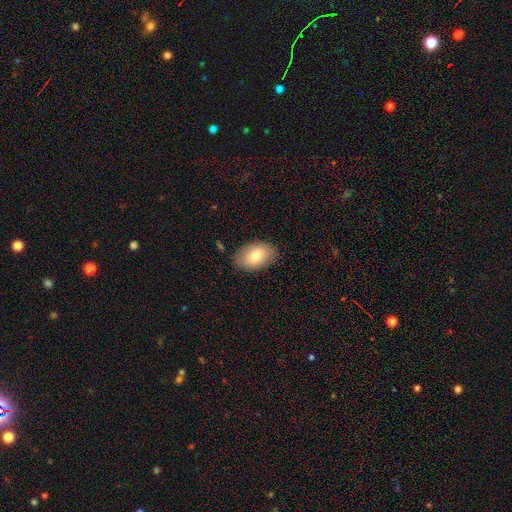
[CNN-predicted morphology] This appears to be a smooth galaxy with no disk features (76%) that is in between round and cigar-shaped (90%). Merging: none (84%).